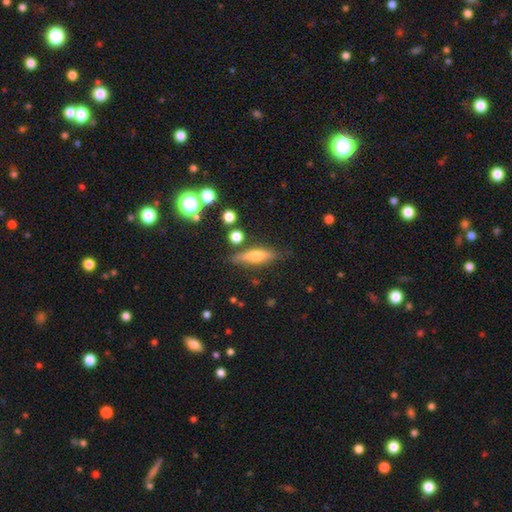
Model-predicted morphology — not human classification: Smooth or featured?
  - smooth: 49% *
  - featured or disk: 43%
  - star or artifact: 9%
Merging?
  - none: 78% *
  - minor disturbance: 14%
  - merger: 4%
  - major disturbance: 4%